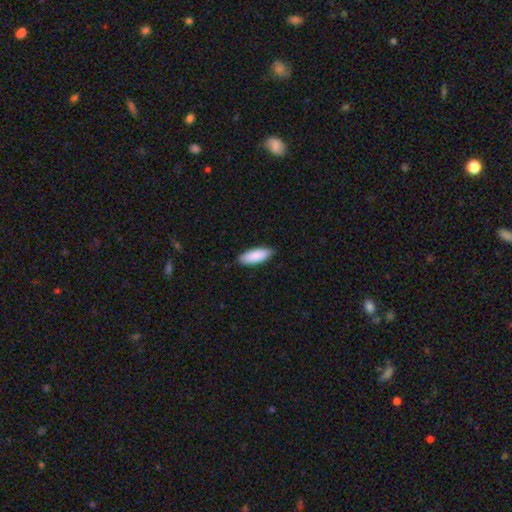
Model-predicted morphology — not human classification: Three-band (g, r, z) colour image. It shows a smooth galaxy with no disk features (90%) that is in between round and cigar-shaped (72%). Merging: none (88%).